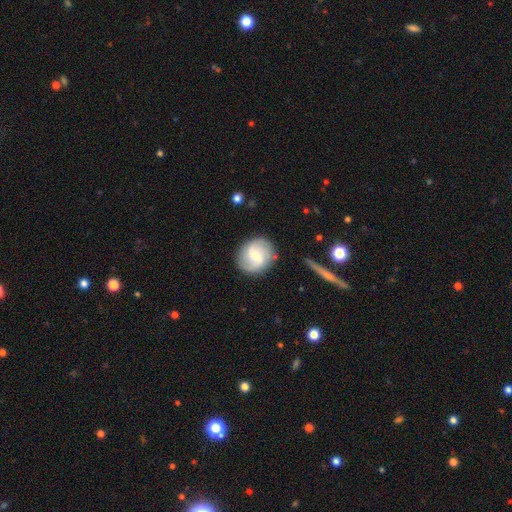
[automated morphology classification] The model was most divided on "bulge size" (2-way tie): small: 46%, moderate: 46%, large: 3%, none: 3%, dominant: 1%. Remaining: edge-on disk — no (97%); spiral arms — yes (89%); spiral arm count — 2 (84%); merging — none (82%); smooth or featured — featured or disk (63%); bar — weak (55%); spiral winding — loose (45%).